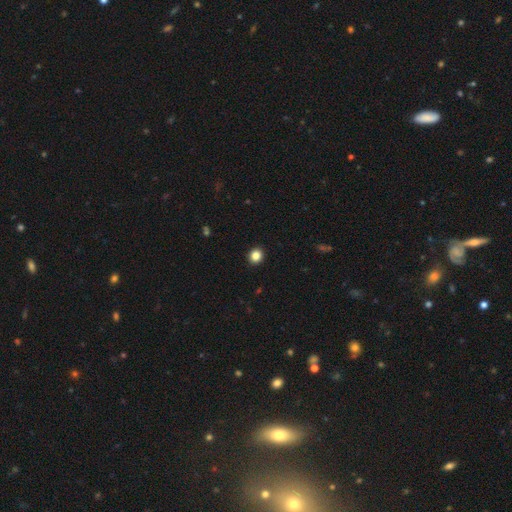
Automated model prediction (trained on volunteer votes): Q: Smooth or featured?
A: smooth (85%); runner-up: star or artifact (11%)
Q: How rounded?
A: round (85%); runner-up: in between (14%)
Q: Merging?
A: none (93%); runner-up: minor disturbance (5%)